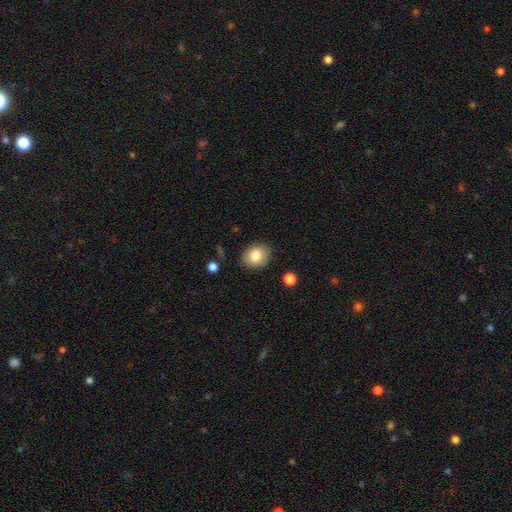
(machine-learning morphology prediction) The model was most divided on "how rounded": in between: 53%, round: 46%, cigar-shaped: 1%. More confident: merging — none (85%); smooth or featured — smooth (82%).